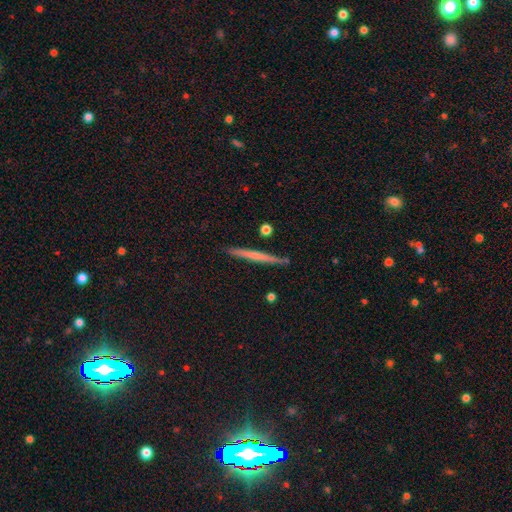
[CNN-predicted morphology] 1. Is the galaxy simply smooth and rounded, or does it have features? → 52% smooth, 43% featured or disk, 6% star or artifact.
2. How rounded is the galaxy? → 97% cigar-shaped, 2% in between, 2% round.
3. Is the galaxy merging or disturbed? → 88% none, 8% minor disturbance, 2% merger, 2% major disturbance.